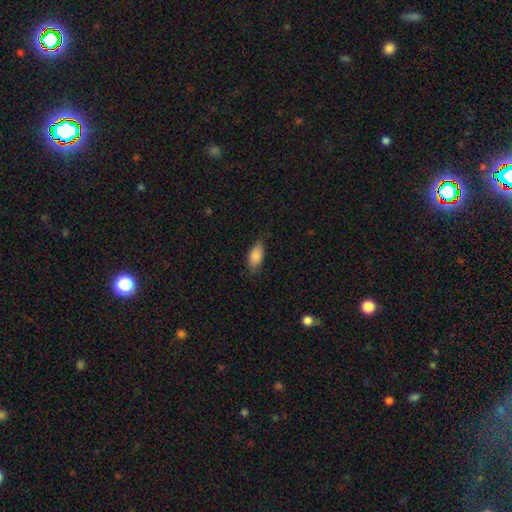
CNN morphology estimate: A smooth galaxy with no disk features (87%) that is in between round and cigar-shaped (89%).

Vote fractions:
- Smooth or featured? smooth: 87% / featured or disk: 7% / star or artifact: 6%
- How rounded? in between: 89% / cigar-shaped: 7% / round: 3%
- Merging? none: 74% / minor disturbance: 21% / major disturbance: 4% / merger: 1%